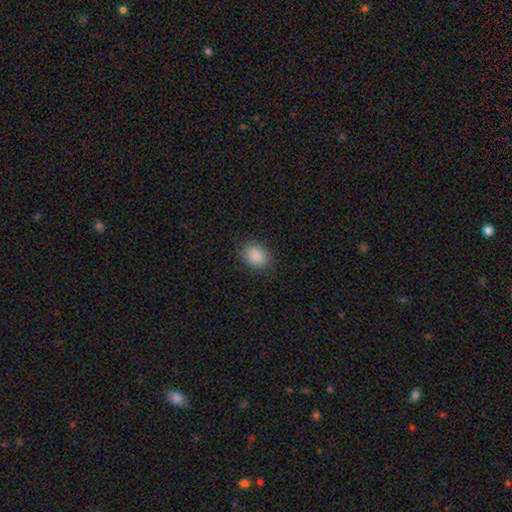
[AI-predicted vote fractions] Overall: smooth (89%). How rounded: in between (59%; round 40%). Merging: none (86%).